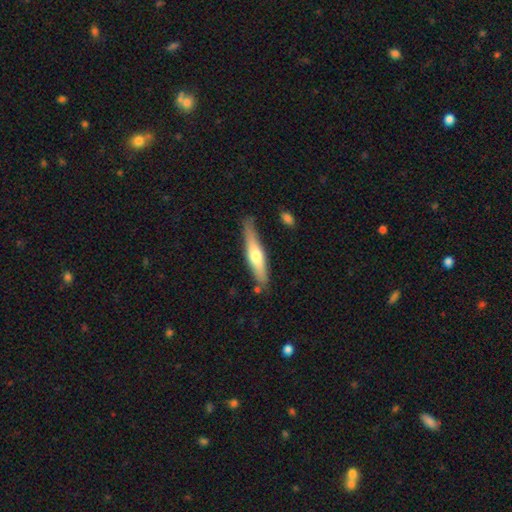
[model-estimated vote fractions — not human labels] The model was most divided on "smooth or featured": smooth: 50%, featured or disk: 45%, star or artifact: 5%. More confident: merging — none (75%).